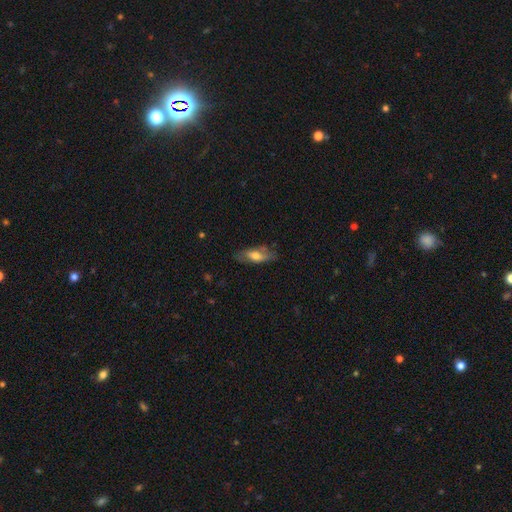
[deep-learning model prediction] Overall: smooth (60%; featured or disk 34%). How rounded: in between (70%). Merging: none (70%).